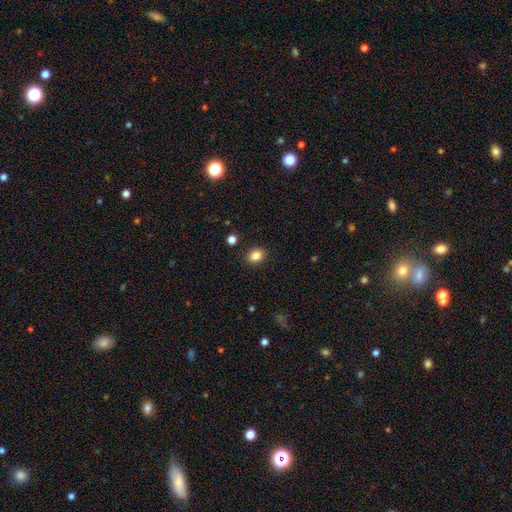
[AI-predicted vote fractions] Smooth or featured? Predicted: smooth (p=0.85). How rounded? Predicted: in between (p=0.54). Merging? Predicted: none (p=0.87).